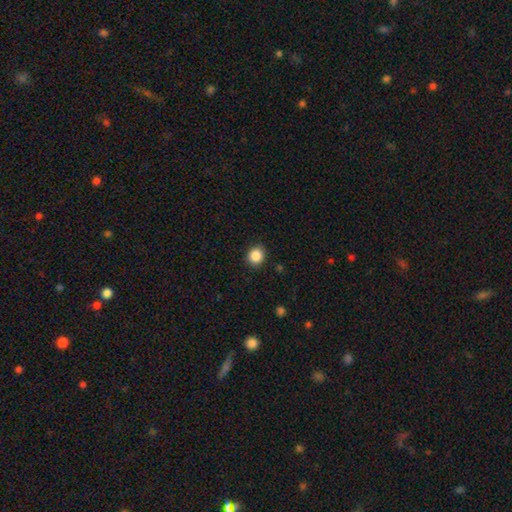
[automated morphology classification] This appears to be a smooth galaxy with no disk features (86%) that is round (83%). Merging: none (89%).